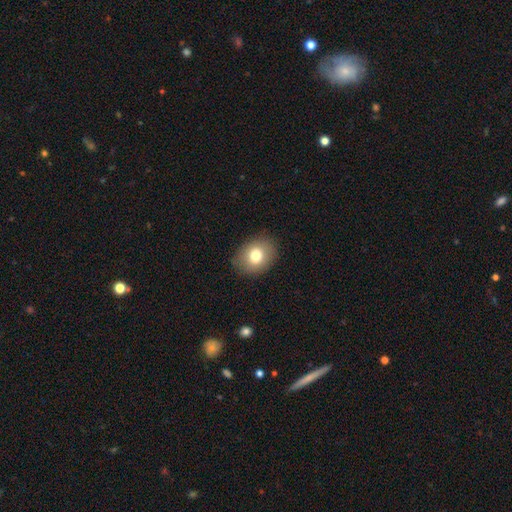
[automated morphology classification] Smooth or featured? smooth (77%)
How rounded? in between (54%)
Merging? none (86%)